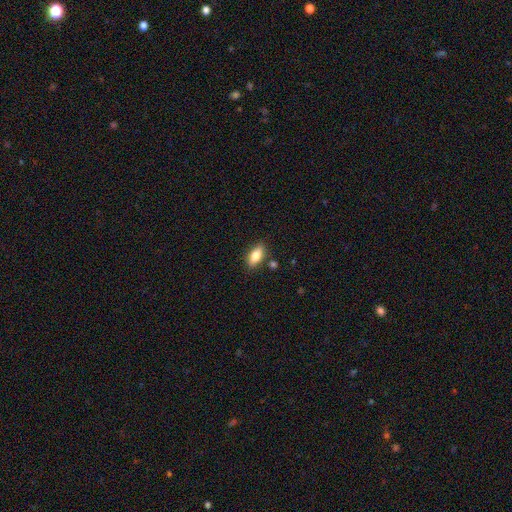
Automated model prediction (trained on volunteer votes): Smooth or featured: smooth — 82% (featured or disk — 11%)
How rounded: in between — 87% (cigar-shaped — 10%)
Merging: none — 82% (minor disturbance — 11%)